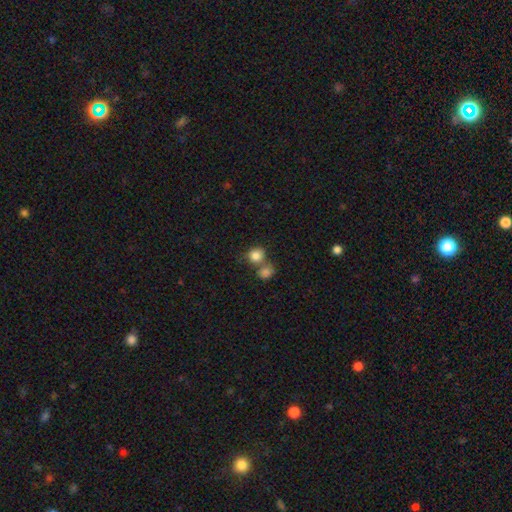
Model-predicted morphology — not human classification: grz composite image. It shows a smooth galaxy with no disk features (84%) that is round (83%). Merging: none (45%).